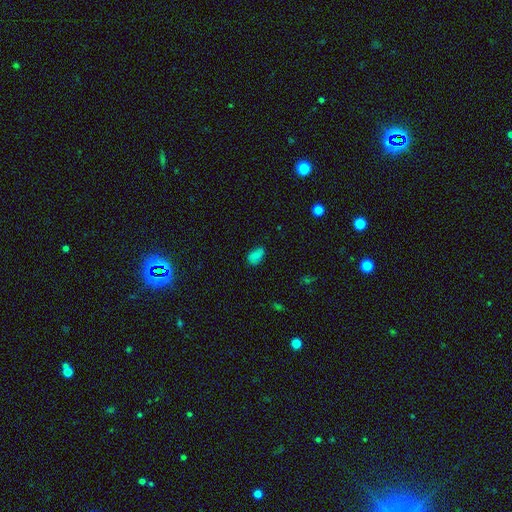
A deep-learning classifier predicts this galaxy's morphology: type=smooth (75%); roundness=in between (88%); merging=none (67%).